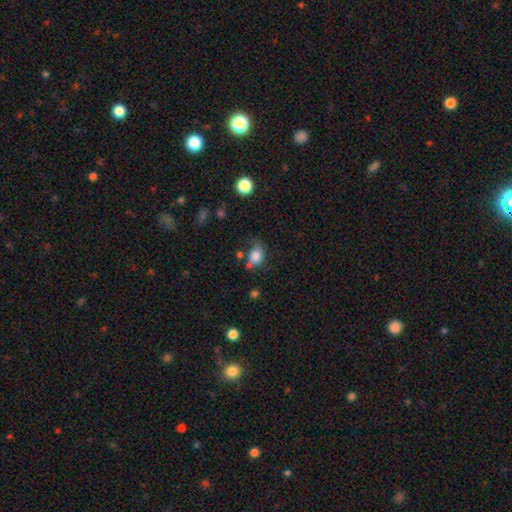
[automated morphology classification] Smooth or featured? smooth (79%)
How rounded? in between (60%)
Merging? none (43%)